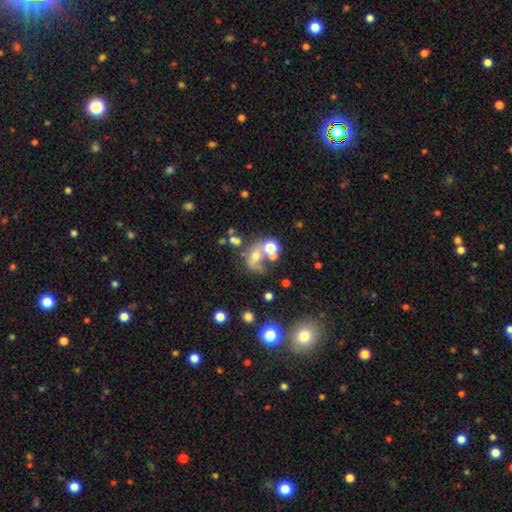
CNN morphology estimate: smooth-or-featured: star or artifact: 55% | smooth: 31% | featured or disk: 14%